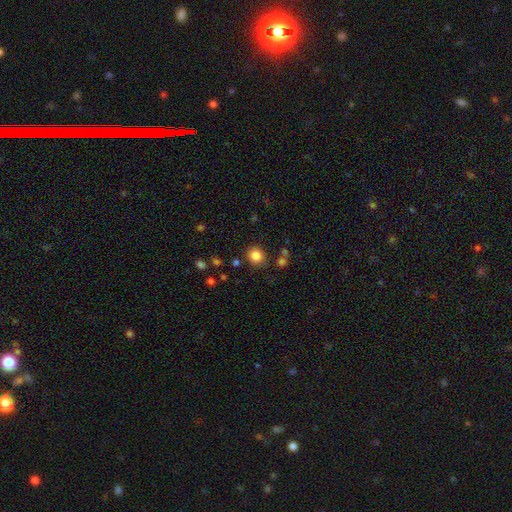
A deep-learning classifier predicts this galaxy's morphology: smooth 84%, star or artifact 11%, featured or disk 5%. Down the decision tree: how rounded — round (80%); merging — none (85%).